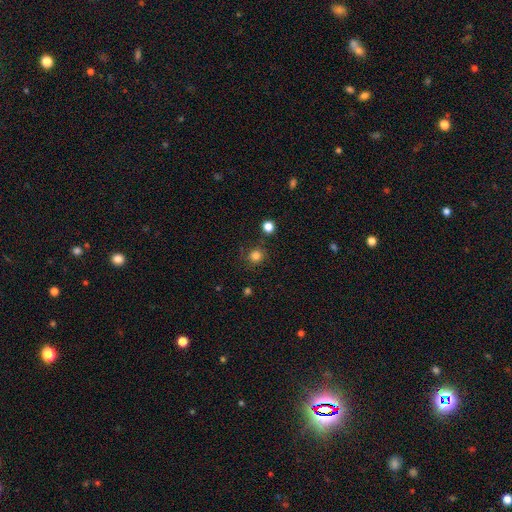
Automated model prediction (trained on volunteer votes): Smooth or featured? smooth (82%)
How rounded? round (92%)
Merging? none (82%)